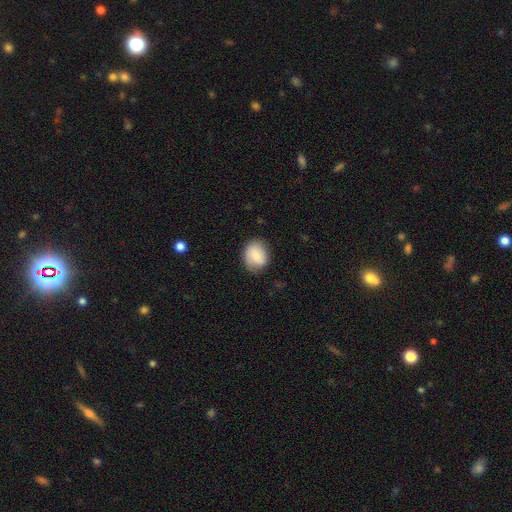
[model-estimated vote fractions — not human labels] The model was most divided on "how rounded": round: 56%, in between: 43%, cigar-shaped: 1%. More confident: merging — none (78%); smooth or featured — smooth (77%).